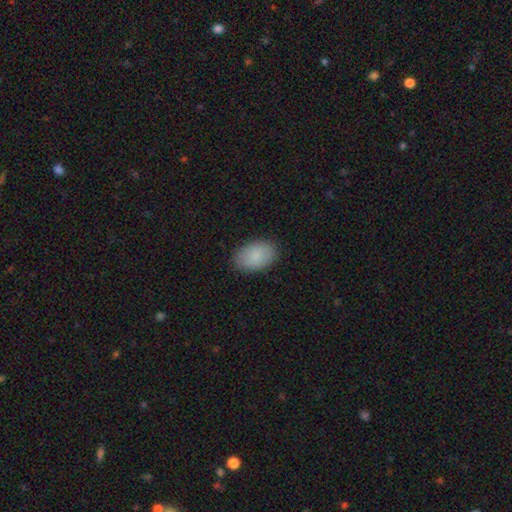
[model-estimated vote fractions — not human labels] Smooth or featured? Predicted: smooth (p=0.88). How rounded? Predicted: in between (p=0.91). Merging? Predicted: none (p=0.87).